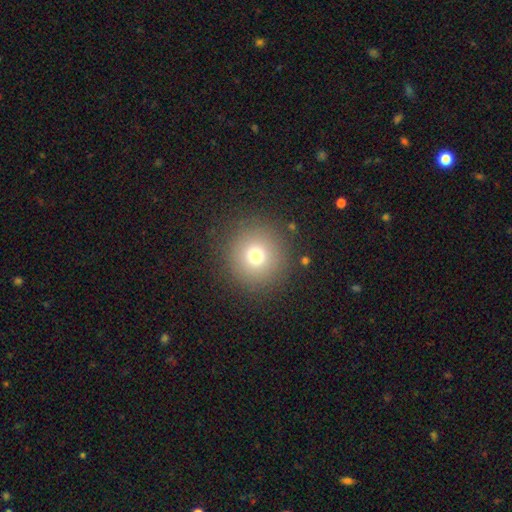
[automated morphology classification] Smooth or featured?
  - smooth: 74% *
  - star or artifact: 16%
  - featured or disk: 10%
How rounded?
  - round: 95% *
  - in between: 4%
  - cigar-shaped: 1%
Merging?
  - none: 88% *
  - minor disturbance: 7%
  - major disturbance: 4%
  - merger: 1%